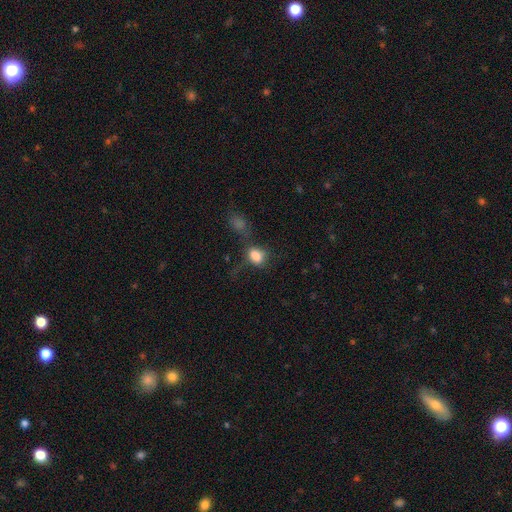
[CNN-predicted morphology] smooth 79%, star or artifact 11%, featured or disk 10%. Down the decision tree: how rounded — in between (55%); merging — none (34%).